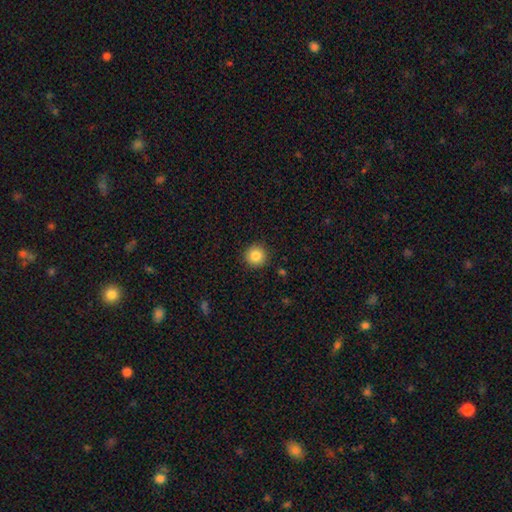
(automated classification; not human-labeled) Overall: smooth (84%). How rounded: round (95%). Merging: none (92%).